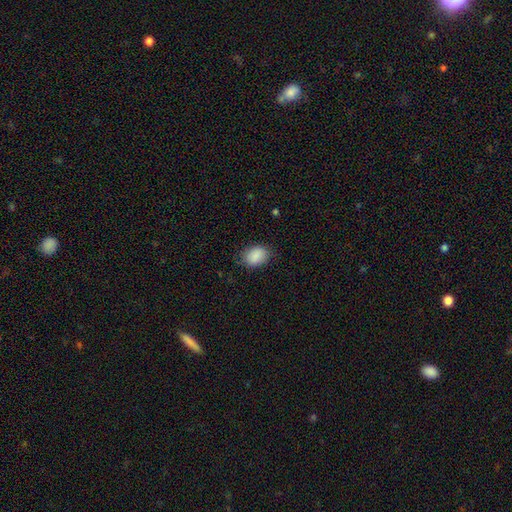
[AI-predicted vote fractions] Smooth or featured? smooth (88%)
How rounded? in between (73%)
Merging? none (78%)